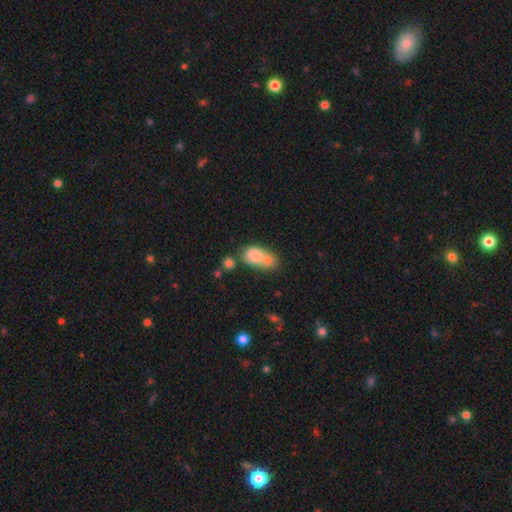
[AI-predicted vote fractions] Smooth or featured?
  - smooth: 77% *
  - featured or disk: 15%
  - star or artifact: 9%
How rounded?
  - in between: 80% *
  - round: 17%
  - cigar-shaped: 3%
Merging?
  - merger: 55% *
  - none: 26%
  - minor disturbance: 13%
  - major disturbance: 6%